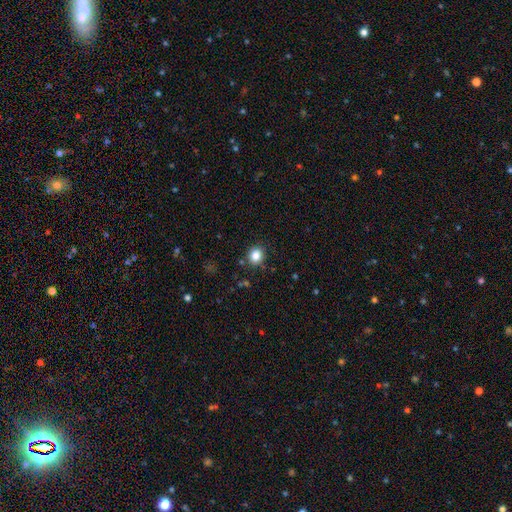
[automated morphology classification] Smooth or featured: smooth — 84% (star or artifact — 11%)
How rounded: round — 71% (in between — 28%)
Merging: none — 85% (minor disturbance — 10%)